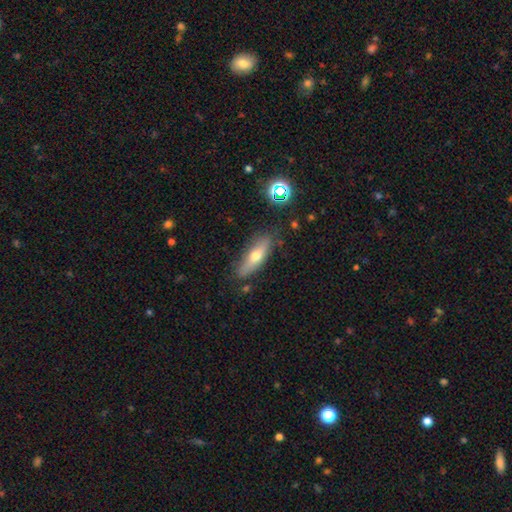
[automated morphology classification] A smooth galaxy with no disk features (58%) that is cigar-shaped (50%). Merging: none (80%).